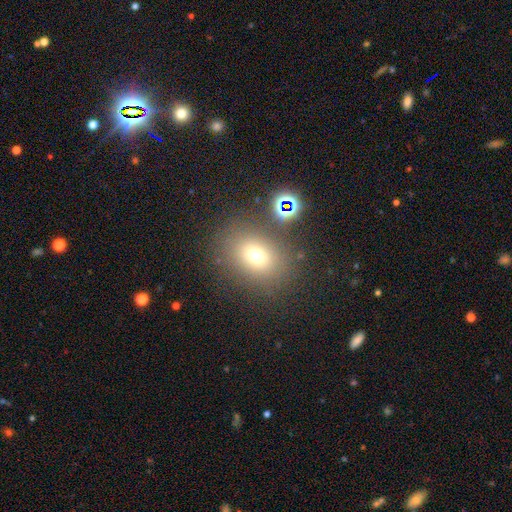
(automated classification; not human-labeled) The model was most divided on "how rounded": in between: 60%, round: 39%, cigar-shaped: 1%. More confident: merging — none (79%); smooth or featured — smooth (70%).